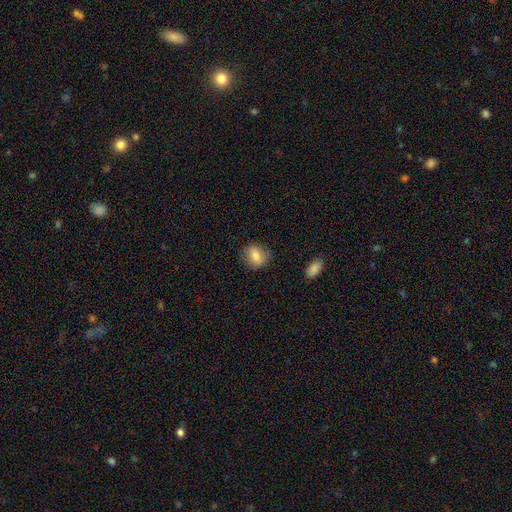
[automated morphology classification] A smooth galaxy with no disk features (80%) that is in between round and cigar-shaped (52%).

Vote fractions:
- Smooth or featured? smooth: 80% / featured or disk: 12% / star or artifact: 8%
- How rounded? in between: 52% / round: 46% / cigar-shaped: 2%
- Merging? none: 78% / minor disturbance: 16% / major disturbance: 4% / merger: 2%